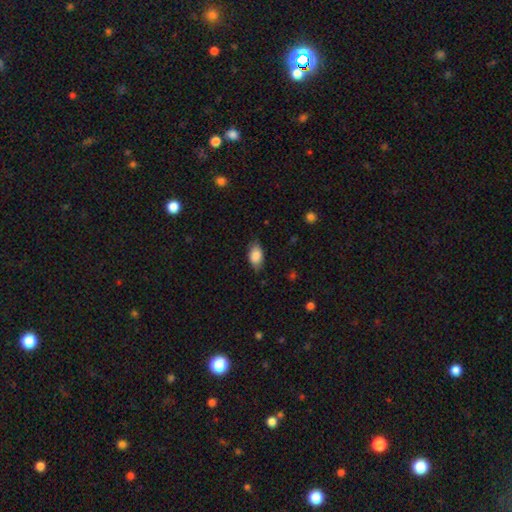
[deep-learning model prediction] Overall: smooth (86%). How rounded: in between (91%). Merging: none (77%).